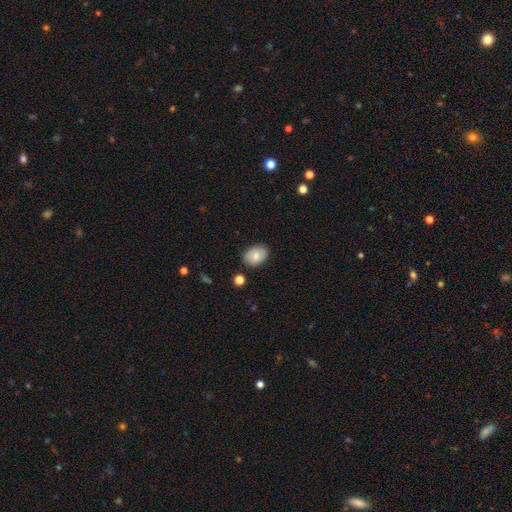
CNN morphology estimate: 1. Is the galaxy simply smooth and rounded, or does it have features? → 76% smooth, 17% featured or disk, 8% star or artifact.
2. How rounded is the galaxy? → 81% in between, 18% round, 1% cigar-shaped.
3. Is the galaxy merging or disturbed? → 83% none, 13% minor disturbance, 3% major disturbance, 2% merger.